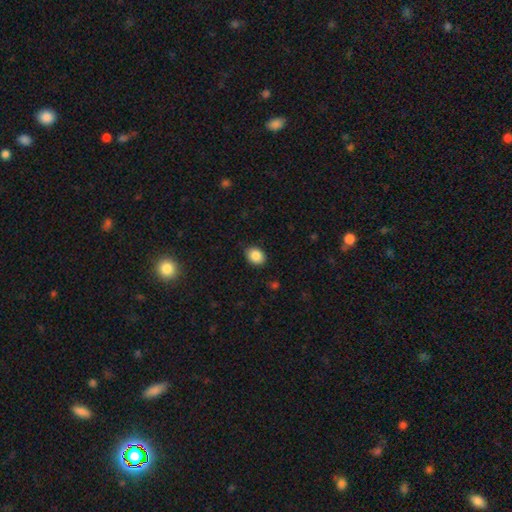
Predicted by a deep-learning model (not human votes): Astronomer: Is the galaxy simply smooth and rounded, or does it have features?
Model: smooth — 87%.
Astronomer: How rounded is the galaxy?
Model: in between — 57% (runner-up: round, 42%).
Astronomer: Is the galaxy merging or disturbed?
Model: none — 82%.